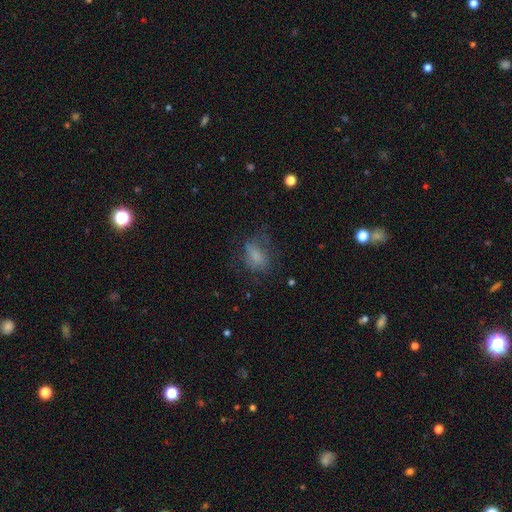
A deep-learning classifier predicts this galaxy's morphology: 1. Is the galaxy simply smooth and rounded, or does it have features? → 60% smooth, 26% featured or disk, 15% star or artifact.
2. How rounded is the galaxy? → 75% in between, 21% round, 4% cigar-shaped.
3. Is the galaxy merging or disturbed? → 47% none, 27% major disturbance, 24% minor disturbance, 2% merger.